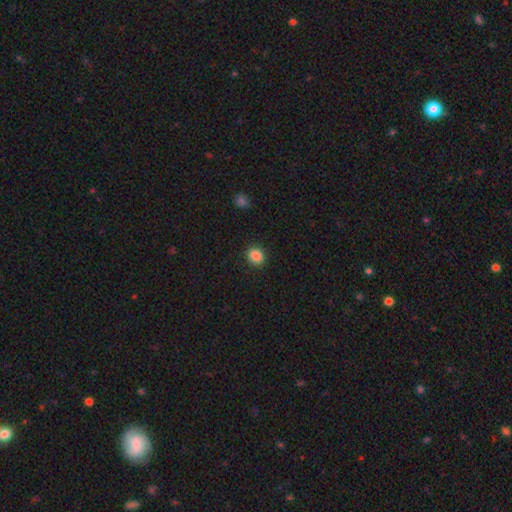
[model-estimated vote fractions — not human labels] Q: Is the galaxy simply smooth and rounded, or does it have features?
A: smooth — 87%.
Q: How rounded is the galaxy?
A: round — 61%.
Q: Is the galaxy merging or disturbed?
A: none — 90%.